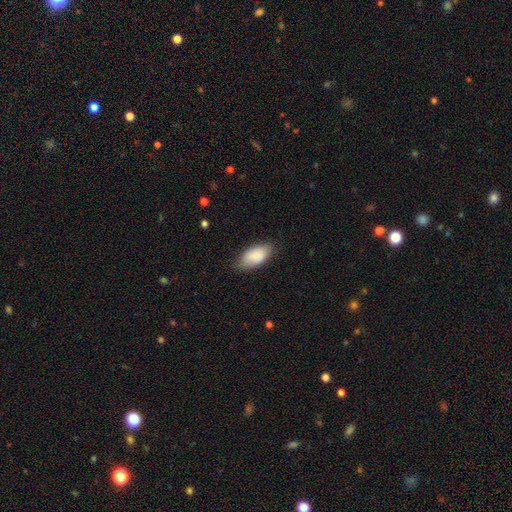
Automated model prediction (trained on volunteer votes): A smooth galaxy with no disk features (88%) that is in between round and cigar-shaped (93%).

Vote fractions:
- Smooth or featured? smooth: 88% / featured or disk: 6% / star or artifact: 6%
- How rounded? in between: 93% / cigar-shaped: 5% / round: 2%
- Merging? none: 75% / minor disturbance: 20% / major disturbance: 4% / merger: 1%